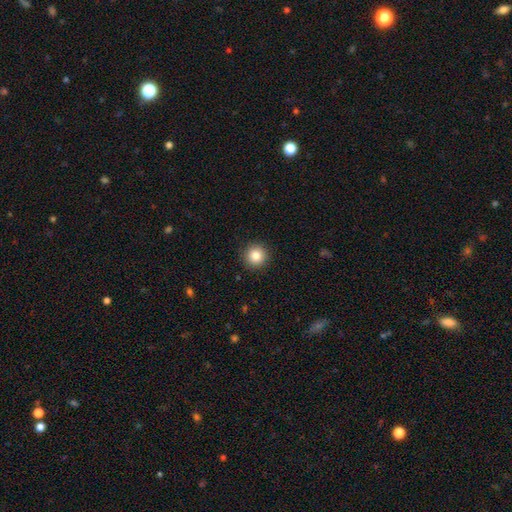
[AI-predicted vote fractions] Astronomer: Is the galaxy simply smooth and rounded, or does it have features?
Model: smooth — 84%.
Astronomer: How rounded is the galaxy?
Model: round — 95%.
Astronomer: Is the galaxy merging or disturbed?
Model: none — 92%.